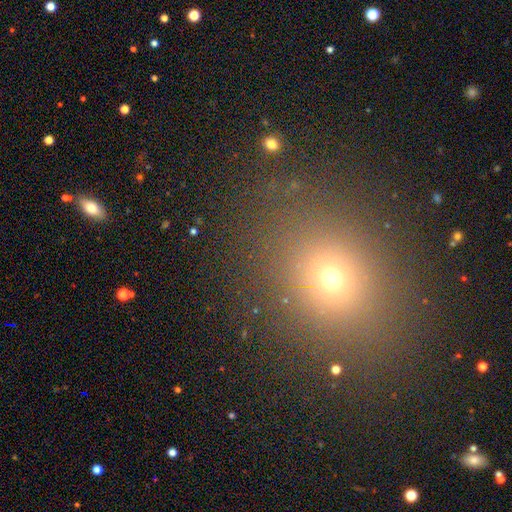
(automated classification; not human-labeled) Q: Smooth or featured?
A: smooth (57%); runner-up: star or artifact (34%)
Q: How rounded?
A: round (62%); runner-up: in between (36%)
Q: Merging?
A: none (87%); runner-up: minor disturbance (8%)